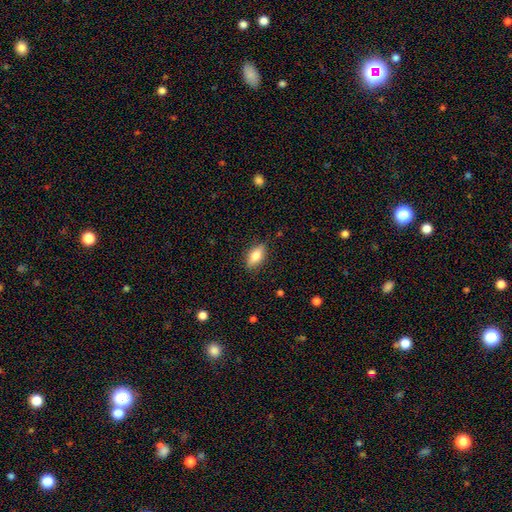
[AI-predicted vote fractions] A smooth galaxy with no disk features (69%) that is in between round and cigar-shaped (79%). Merging: none (83%).